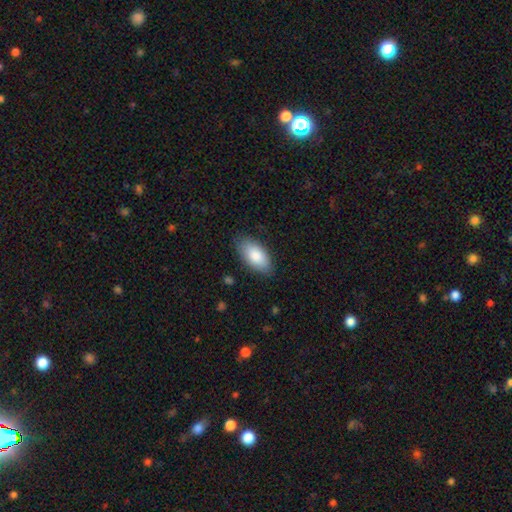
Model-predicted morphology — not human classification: type=smooth (85%); roundness=in between (92%); merging=none (83%).